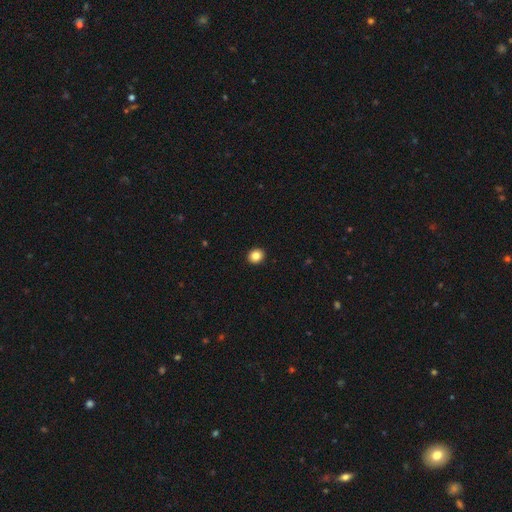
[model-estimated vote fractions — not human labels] Morphology: type=smooth (84%); roundness=round (82%); merging=none (93%).